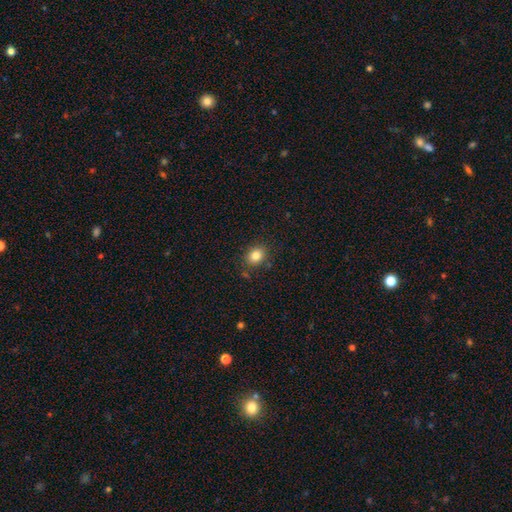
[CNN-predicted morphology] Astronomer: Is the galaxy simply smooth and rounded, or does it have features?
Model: smooth — 83%.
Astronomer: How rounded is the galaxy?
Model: round — 52% (runner-up: in between, 47%).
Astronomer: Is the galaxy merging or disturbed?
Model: none — 84%.